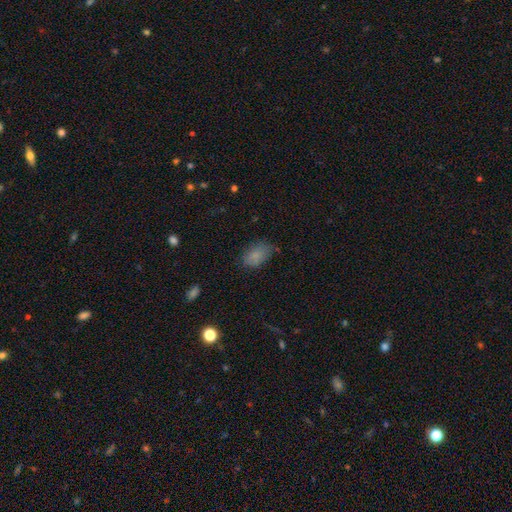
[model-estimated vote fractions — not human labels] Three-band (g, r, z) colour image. It shows a smooth galaxy with no disk features (81%) that is in between round and cigar-shaped (89%). Merging: none (64%).